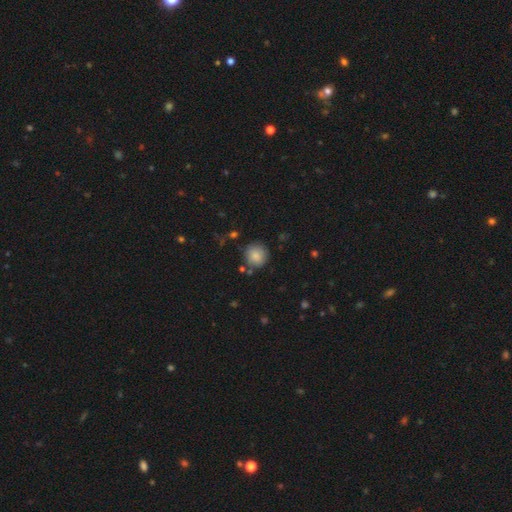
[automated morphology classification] This is clearly a smooth galaxy (85%). How rounded: clearly round (90%). Merging: clearly none (81%).